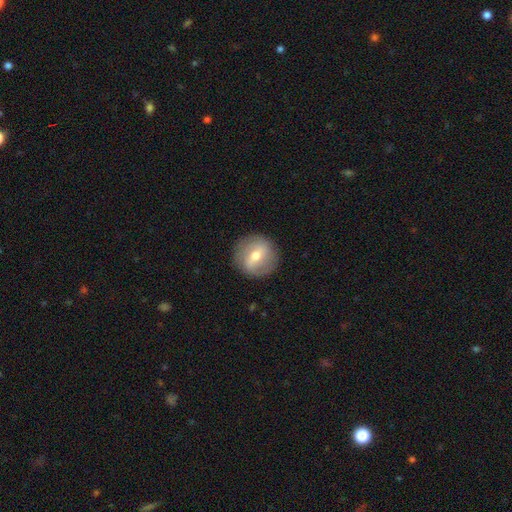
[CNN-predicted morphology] type=featured or disk (49%); merging=none (88%).